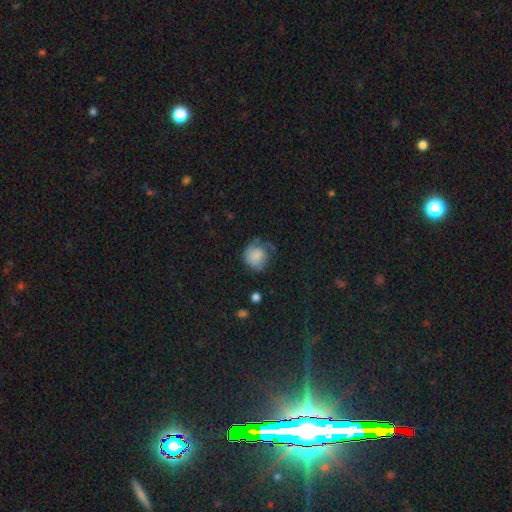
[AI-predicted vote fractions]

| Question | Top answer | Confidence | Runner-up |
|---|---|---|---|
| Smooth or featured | smooth | 71% | featured or disk (21%) |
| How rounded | round | 78% | in between (21%) |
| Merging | none | 40% | minor disturbance (32%) |